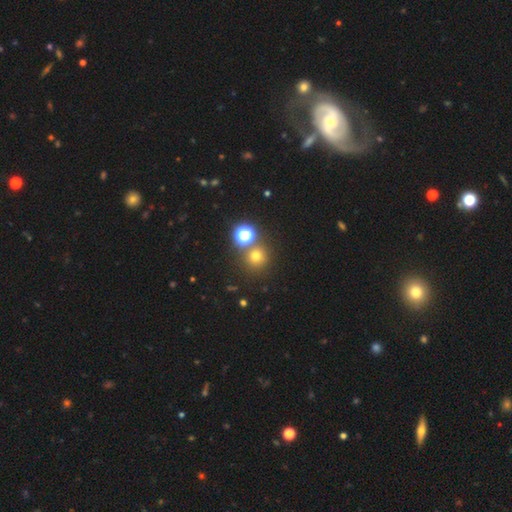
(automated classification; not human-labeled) smooth_or_featured: smooth (p=0.67) [alt: star or artifact p=0.26]
how_rounded: round (p=0.92) [alt: in between p=0.07]
merging: none (p=0.75) [alt: merger p=0.15]